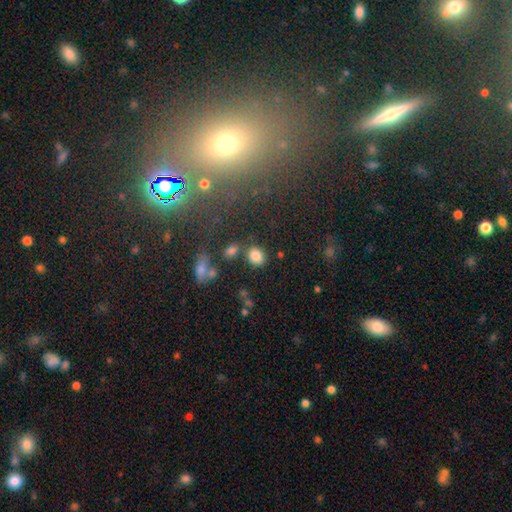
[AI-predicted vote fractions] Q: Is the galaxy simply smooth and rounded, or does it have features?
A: smooth — 83%.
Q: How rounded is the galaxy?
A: round — 51%.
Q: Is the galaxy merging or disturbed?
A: none — 74%.